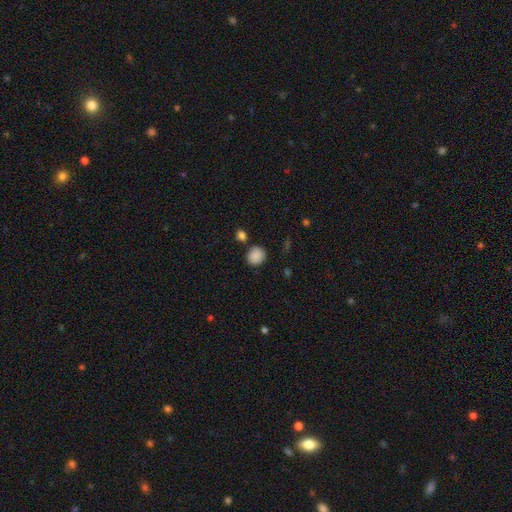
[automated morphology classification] Smooth or featured?
  - smooth: 87% *
  - star or artifact: 9%
  - featured or disk: 4%
How rounded?
  - round: 80% *
  - in between: 19%
  - cigar-shaped: 1%
Merging?
  - none: 77% *
  - minor disturbance: 13%
  - merger: 7%
  - major disturbance: 3%